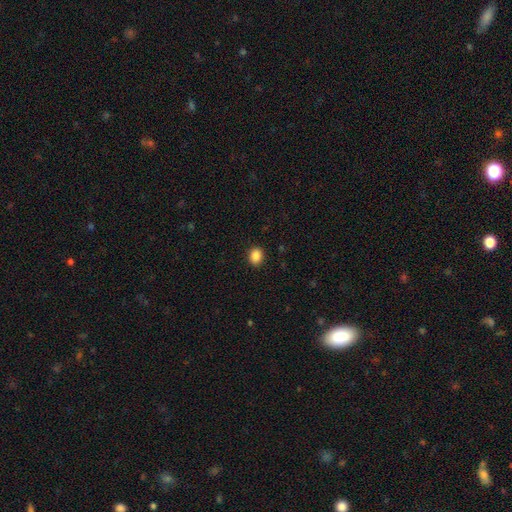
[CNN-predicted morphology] smooth-or-featured: smooth: 88% | star or artifact: 9% | featured or disk: 3%
  how-rounded: in between: 50% | round: 49% | cigar-shaped: 1%
  merging: none: 90% | minor disturbance: 7% | major disturbance: 2% | merger: 1%